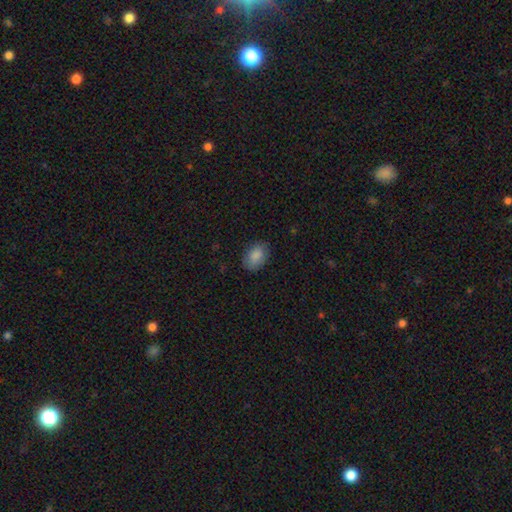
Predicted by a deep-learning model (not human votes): Morphology: type=smooth (87%); roundness=in between (85%); merging=none (83%).